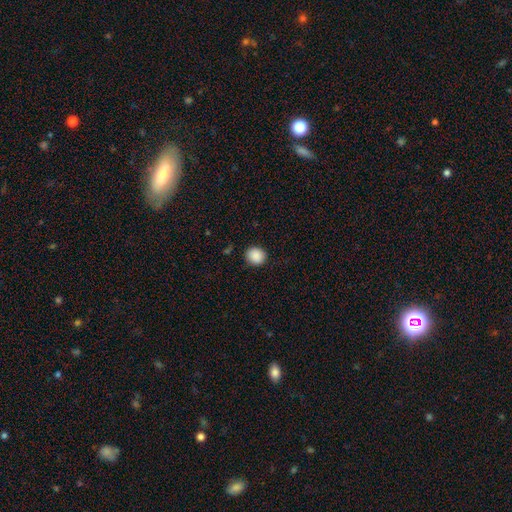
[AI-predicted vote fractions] Smooth or featured? smooth (89%)
How rounded? round (82%)
Merging? none (89%)